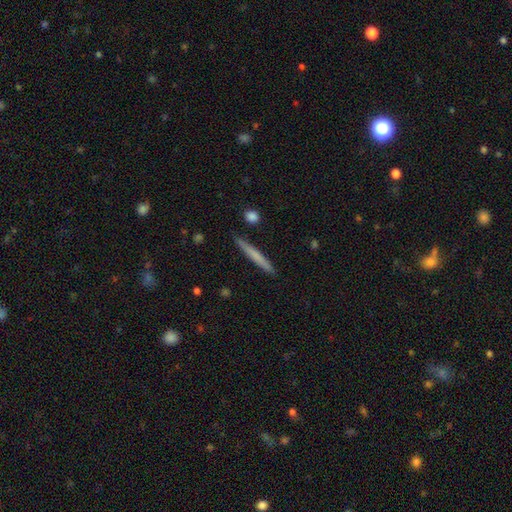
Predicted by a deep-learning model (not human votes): Smooth or featured? Predicted: smooth (p=0.62). How rounded? Predicted: cigar-shaped (p=0.96). Merging? Predicted: none (p=0.89).